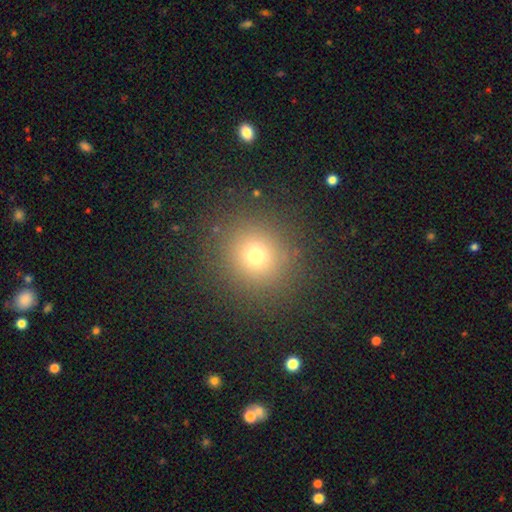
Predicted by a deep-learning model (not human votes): A smooth galaxy with no disk features (72%) that is round (89%).

Vote fractions:
- Smooth or featured? smooth: 72% / star or artifact: 19% / featured or disk: 9%
- How rounded? round: 89% / in between: 10% / cigar-shaped: 1%
- Merging? none: 87% / minor disturbance: 7% / major disturbance: 4% / merger: 1%